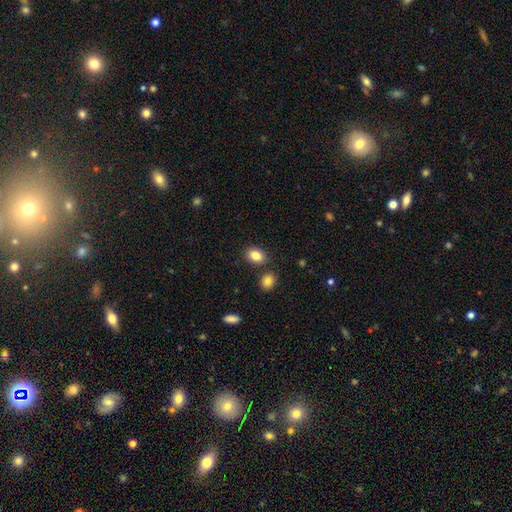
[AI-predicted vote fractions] This appears to be a smooth galaxy with no disk features (85%) that is in between round and cigar-shaped (71%). Merging: none (79%).